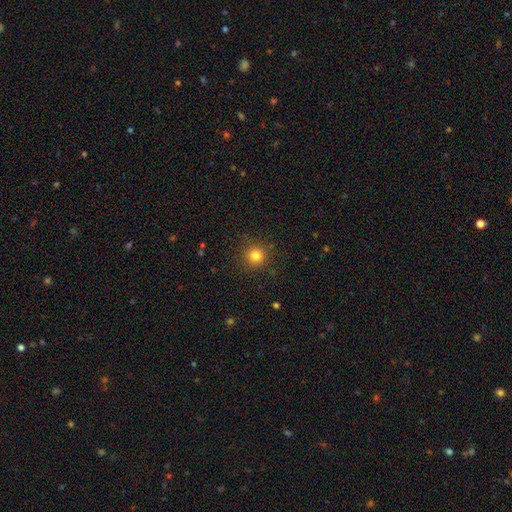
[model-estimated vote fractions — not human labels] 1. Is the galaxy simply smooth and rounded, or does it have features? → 81% smooth, 13% star or artifact, 5% featured or disk.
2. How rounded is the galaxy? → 94% round, 5% in between, 1% cigar-shaped.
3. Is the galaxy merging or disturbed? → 90% none, 7% minor disturbance, 2% major disturbance, 1% merger.